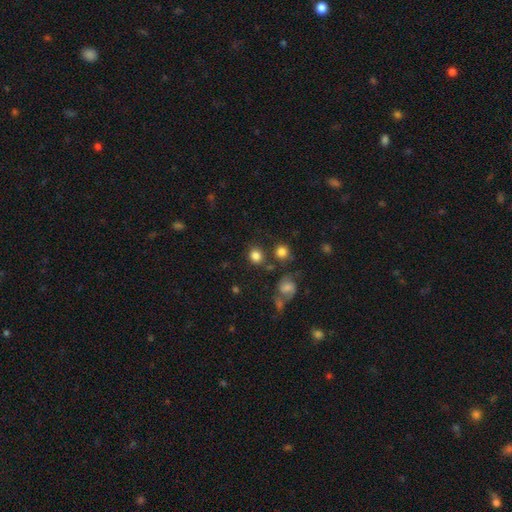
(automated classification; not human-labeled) Morphology: type=smooth (83%); roundness=round (79%); merging=none (77%).